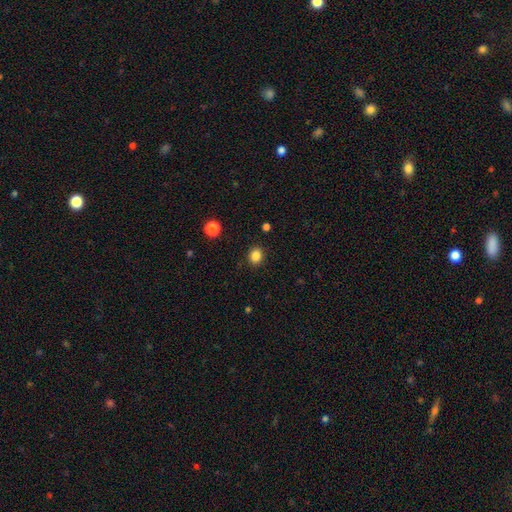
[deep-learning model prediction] A smooth galaxy with no disk features (85%) that is round (69%). Merging: none (90%).